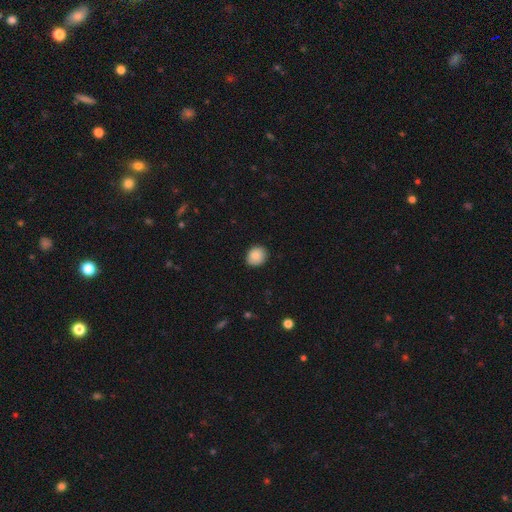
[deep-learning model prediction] Overall: smooth (86%). How rounded: round (73%). Merging: none (86%).